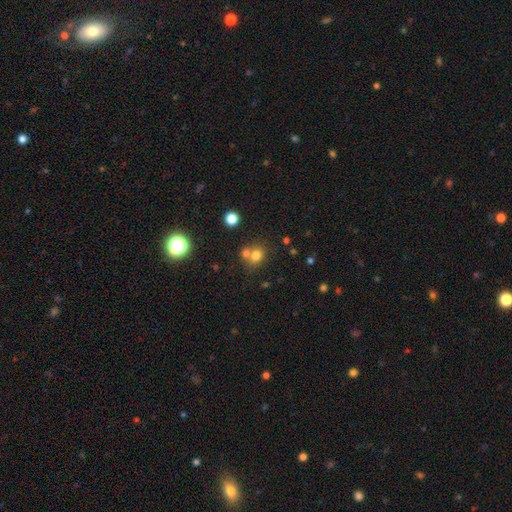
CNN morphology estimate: Smooth or featured: smooth — 73% (star or artifact — 16%)
How rounded: round — 75% (in between — 24%)
Merging: none — 49% (merger — 39%)